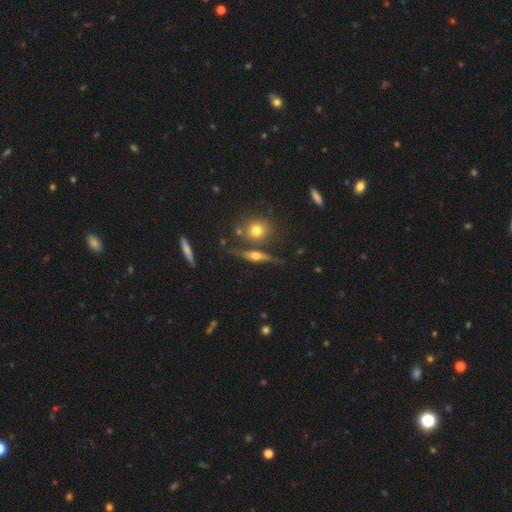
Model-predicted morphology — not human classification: smooth-or-featured: featured or disk: 63% | smooth: 27% | star or artifact: 10%
  disk-edge-on: yes: 89% | no: 11%
    edge-on-bulge: rounded: 92% | boxy: 5% | none: 3%
  merging: none: 72% | minor disturbance: 15% | merger: 8% | major disturbance: 5%